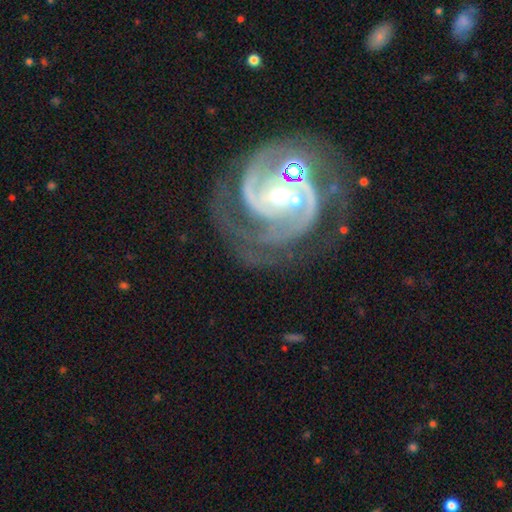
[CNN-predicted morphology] featured or disk 91%, star or artifact 6%, smooth 4%. Down the decision tree: edge-on disk — no (98%); bar — no (43%); spiral arms — yes (98%); spiral arm count — 2 (71%); spiral winding — medium (46%, tied with tight); bulge size — small (56%); merging — none (47%).